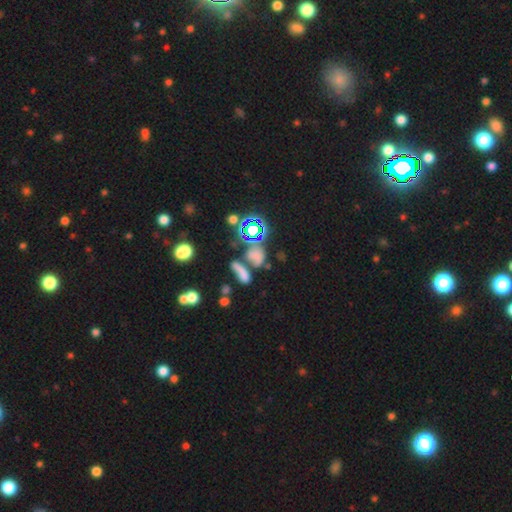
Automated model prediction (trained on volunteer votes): smooth_or_featured: smooth (p=0.49) [alt: star or artifact p=0.36]
merging: merger (p=0.46) [alt: none p=0.33]